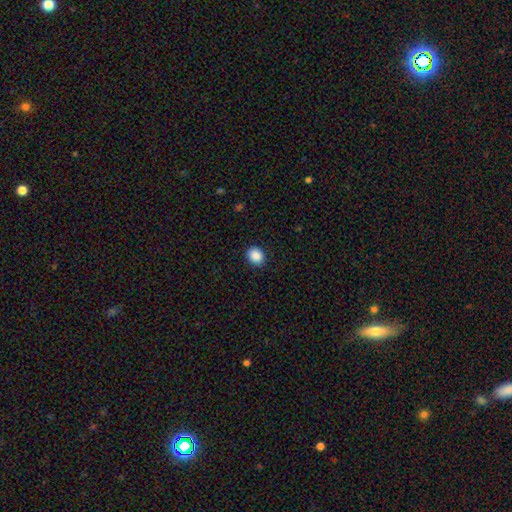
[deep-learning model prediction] smooth 89%, star or artifact 9%, featured or disk 3%. Down the decision tree: how rounded — round (65%); merging — none (90%).